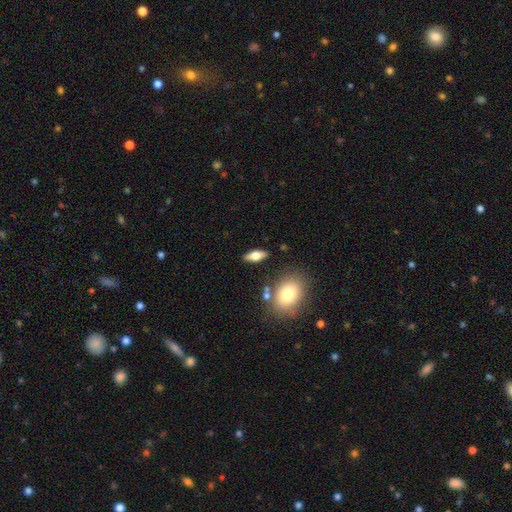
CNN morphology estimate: This appears to be a smooth galaxy with no disk features (53%) that is in between round and cigar-shaped (70%). Merging: none (84%).